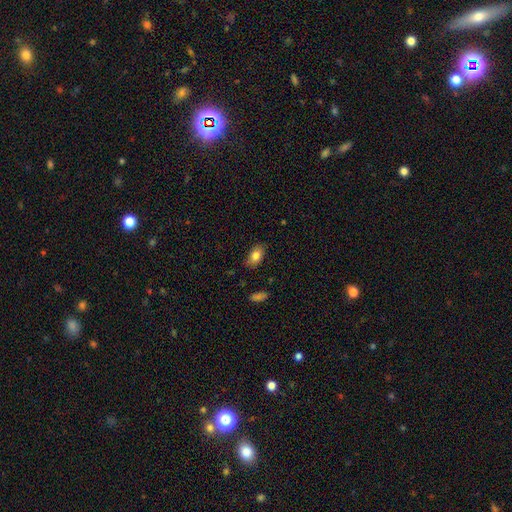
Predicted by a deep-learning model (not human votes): smooth 81%, featured or disk 12%, star or artifact 7%. Down the decision tree: how rounded — in between (89%); merging — none (81%).